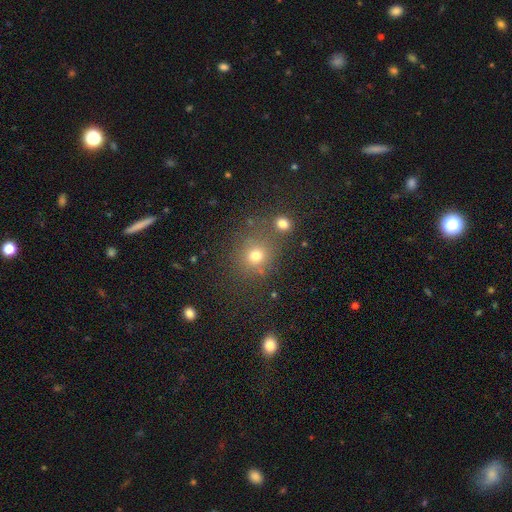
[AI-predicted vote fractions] smooth 73%, star or artifact 19%, featured or disk 8%. Down the decision tree: how rounded — round (83%); merging — none (71%).